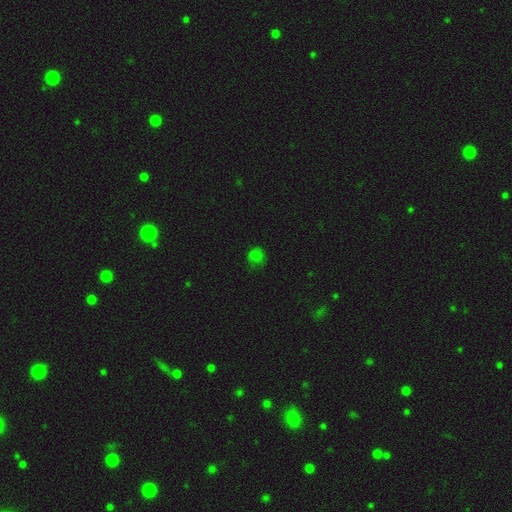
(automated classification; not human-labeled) Q: Smooth or featured?
A: smooth (72%); runner-up: star or artifact (23%)
Q: How rounded?
A: round (85%); runner-up: in between (14%)
Q: Merging?
A: none (74%); runner-up: minor disturbance (19%)